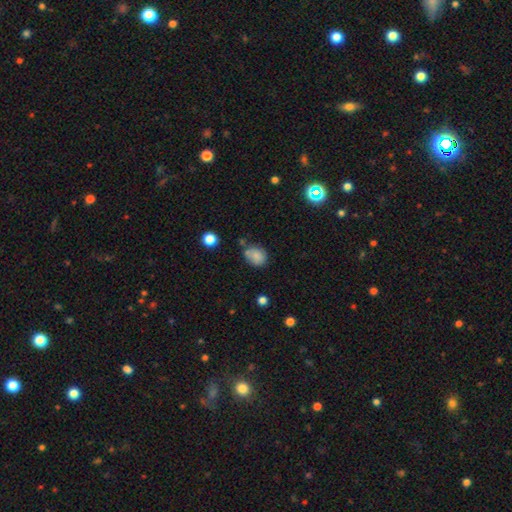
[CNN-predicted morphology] Smooth or featured?
  - smooth: 81% *
  - star or artifact: 10%
  - featured or disk: 8%
How rounded?
  - round: 52% *
  - in between: 47%
  - cigar-shaped: 1%
Merging?
  - none: 61% *
  - minor disturbance: 22%
  - merger: 12%
  - major disturbance: 6%